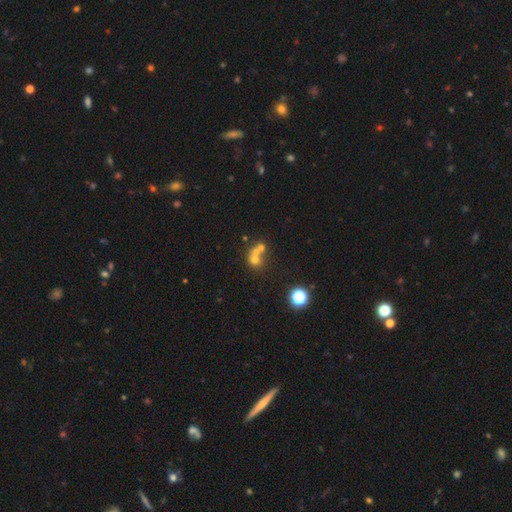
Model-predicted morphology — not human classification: smooth_or_featured: smooth (p=0.57) [alt: featured or disk p=0.23]
how_rounded: round (p=0.78) [alt: in between p=0.21]
merging: merger (p=0.58) [alt: none p=0.32]